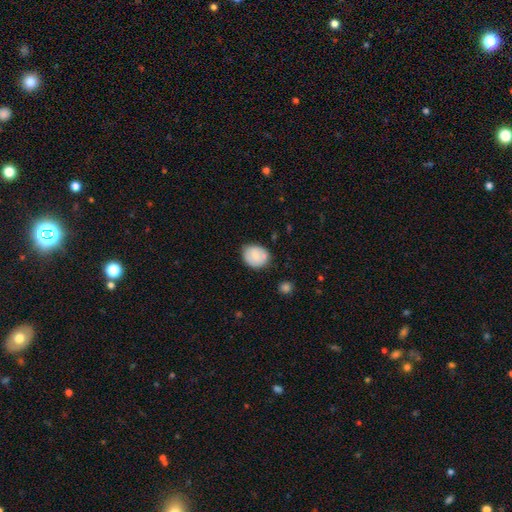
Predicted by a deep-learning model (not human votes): smooth-or-featured: smooth: 77% | featured or disk: 16% | star or artifact: 7%
  how-rounded: round: 59% | in between: 40% | cigar-shaped: 1%
  merging: none: 75% | minor disturbance: 19% | major disturbance: 4% | merger: 2%